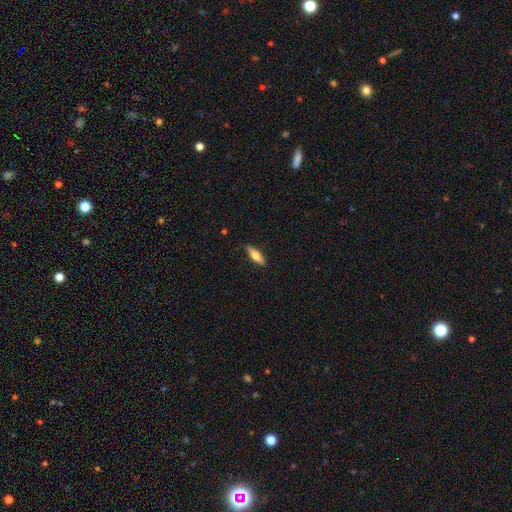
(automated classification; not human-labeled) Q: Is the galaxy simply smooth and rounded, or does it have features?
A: smooth — 62%.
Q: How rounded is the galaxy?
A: cigar-shaped — 57%.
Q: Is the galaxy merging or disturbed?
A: none — 88%.